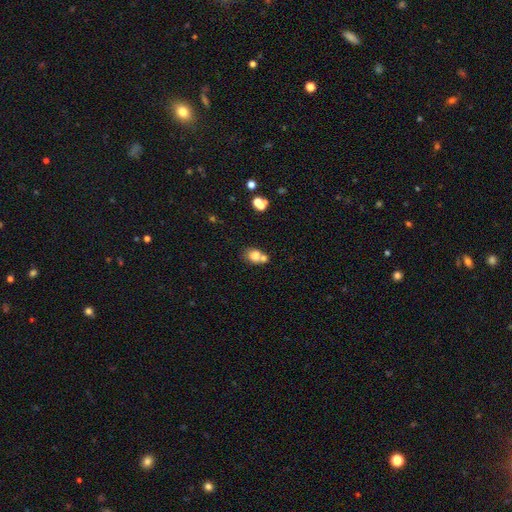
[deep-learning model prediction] smooth-or-featured: smooth: 75% | featured or disk: 13% | star or artifact: 11%
  how-rounded: round: 51% | in between: 47% | cigar-shaped: 1%
  merging: merger: 47% | none: 37% | minor disturbance: 11% | major disturbance: 5%